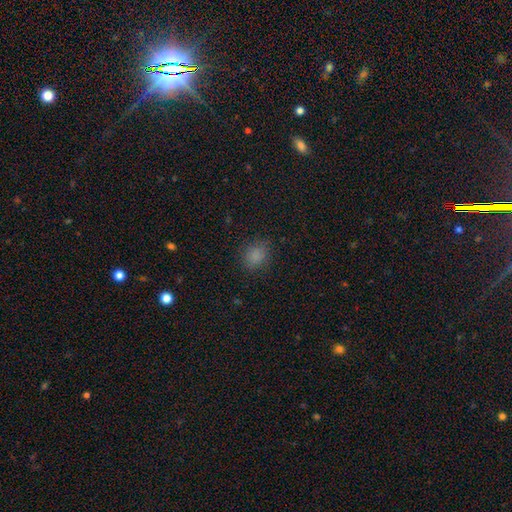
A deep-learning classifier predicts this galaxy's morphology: smooth-or-featured: smooth: 82% | star or artifact: 14% | featured or disk: 5%
  how-rounded: round: 55% | in between: 44% | cigar-shaped: 1%
  merging: none: 82% | minor disturbance: 13% | major disturbance: 4% | merger: 1%